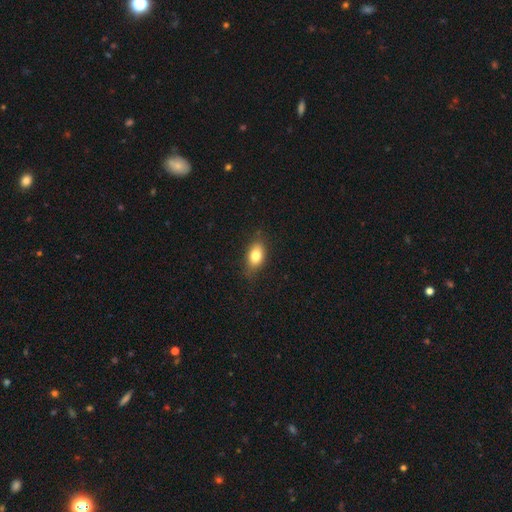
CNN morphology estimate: Q: Smooth or featured?
A: smooth (80%); runner-up: featured or disk (12%)
Q: How rounded?
A: in between (84%); runner-up: round (12%)
Q: Merging?
A: none (79%); runner-up: minor disturbance (16%)